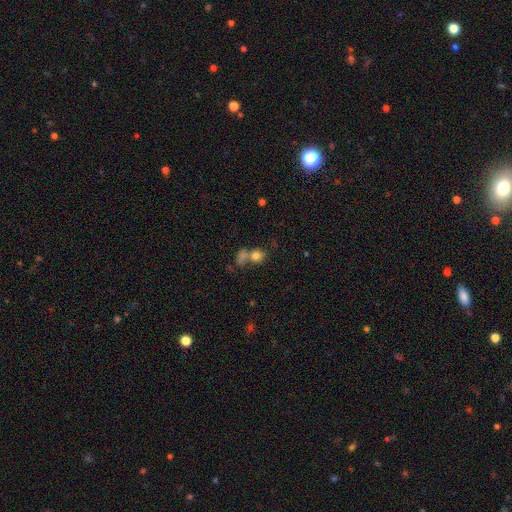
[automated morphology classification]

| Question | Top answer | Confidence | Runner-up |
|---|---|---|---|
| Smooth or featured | smooth | 78% | star or artifact (12%) |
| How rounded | round | 70% | in between (28%) |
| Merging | merger | 45% | none (40%) |